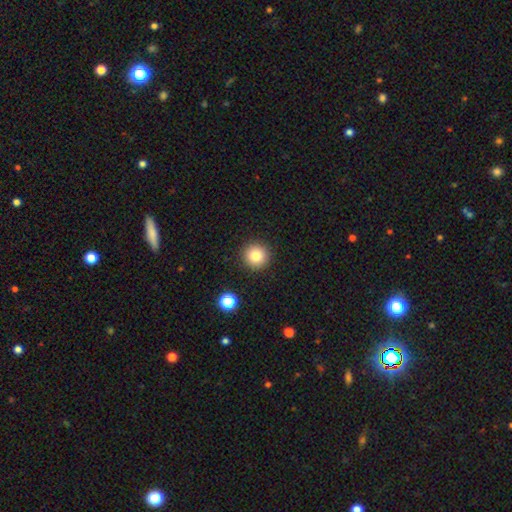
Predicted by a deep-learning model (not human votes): Smooth or featured? smooth (82%)
How rounded? round (95%)
Merging? none (91%)